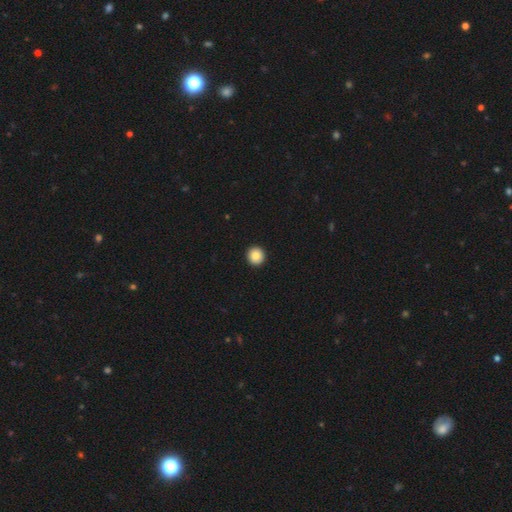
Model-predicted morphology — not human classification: This is clearly a smooth galaxy (85%). How rounded: clearly round (94%). Merging: clearly none (94%).